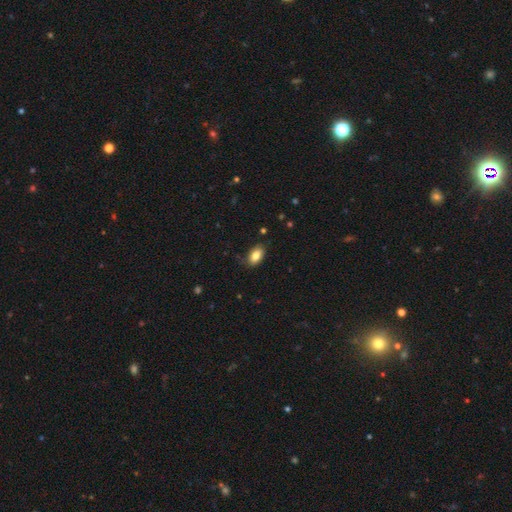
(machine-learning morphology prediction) type=smooth (84%); roundness=in between (92%); merging=none (78%).